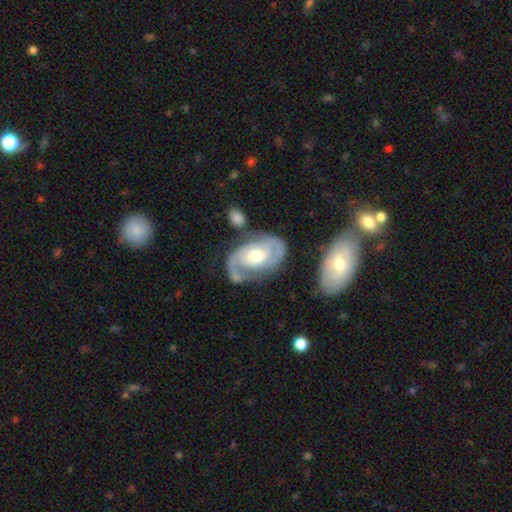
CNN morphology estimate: Smooth or featured? featured or disk (86%)
Edge-on disk? no (97%)
Bar? no (61%)
Spiral arms? yes (95%)
Spiral winding? tight (45%)
Spiral arm count? 2 (84%)
Bulge size? moderate (70%)
Merging? none (62%)